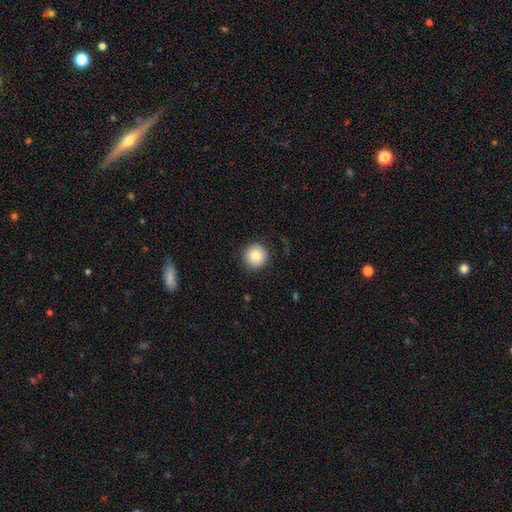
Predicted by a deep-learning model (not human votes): Overall: smooth (85%). How rounded: round (96%). Merging: none (89%).